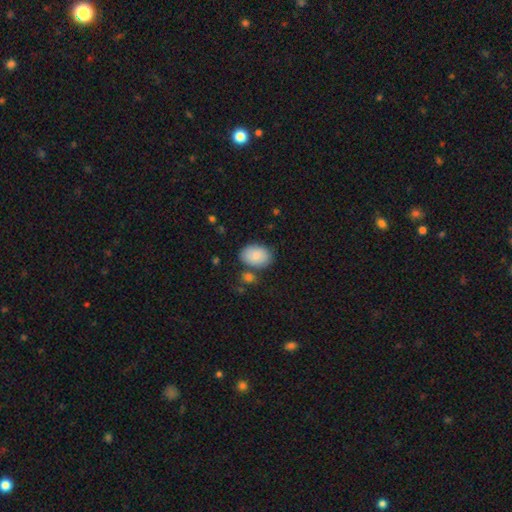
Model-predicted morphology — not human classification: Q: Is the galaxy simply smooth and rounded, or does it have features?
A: smooth — 86%.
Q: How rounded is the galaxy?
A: in between — 85%.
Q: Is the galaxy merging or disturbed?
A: none — 74%.